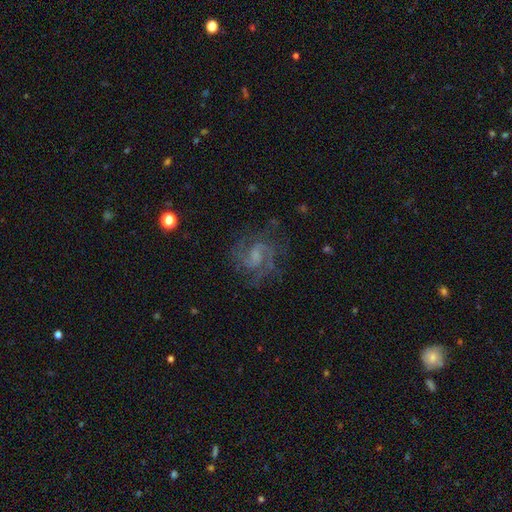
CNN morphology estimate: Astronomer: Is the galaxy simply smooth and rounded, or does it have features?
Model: featured or disk — 84%.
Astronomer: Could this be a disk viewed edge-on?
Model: no — 98%.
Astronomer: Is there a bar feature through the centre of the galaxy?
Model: weak — 53% (runner-up: no, 34%).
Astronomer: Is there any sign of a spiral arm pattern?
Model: yes — 97%.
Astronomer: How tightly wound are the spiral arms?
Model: medium — 54% (runner-up: tight, 33%).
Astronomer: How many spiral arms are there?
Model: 2 — 64%.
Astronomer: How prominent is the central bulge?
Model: small — 45% (runner-up: none, 26%).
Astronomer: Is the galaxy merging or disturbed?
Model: none — 74%.